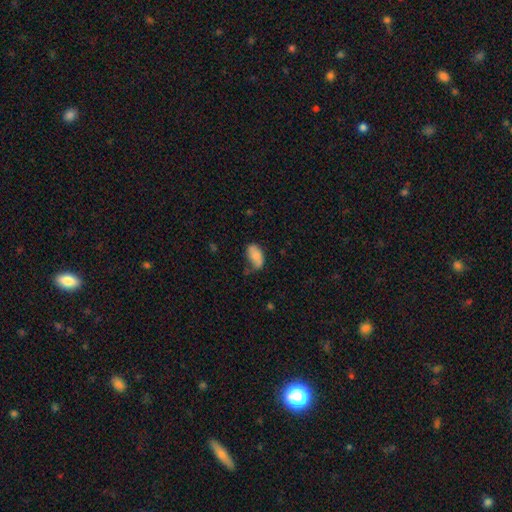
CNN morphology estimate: Overall: smooth (79%). How rounded: in between (92%). Merging: none (45%; minor disturbance 34%).